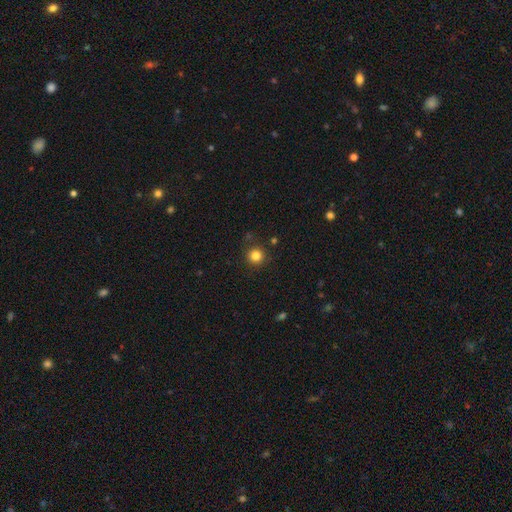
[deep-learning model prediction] smooth-or-featured: smooth: 83% | star or artifact: 13% | featured or disk: 5%
  how-rounded: round: 95% | in between: 4% | cigar-shaped: 1%
  merging: none: 88% | minor disturbance: 7% | major disturbance: 2% | merger: 2%